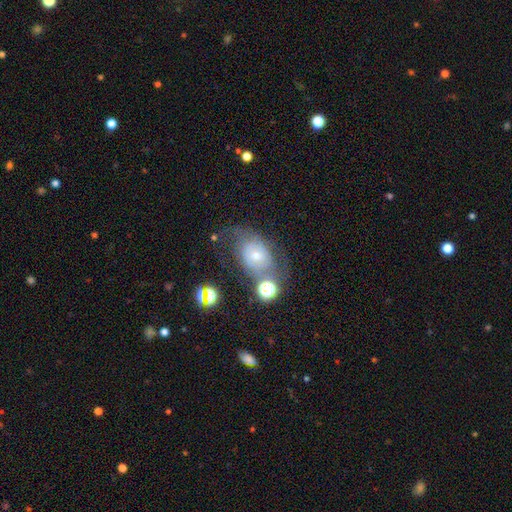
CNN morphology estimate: featured or disk 48%, smooth 37%, star or artifact 15%. Down the decision tree: merging — none (39%).